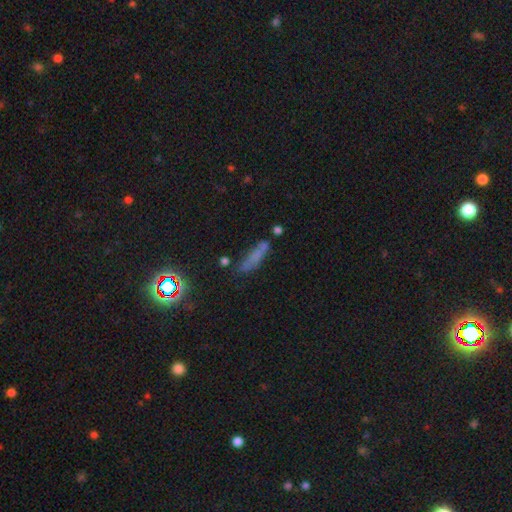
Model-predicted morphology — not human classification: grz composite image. It shows a smooth galaxy with no disk features (57%) that is cigar-shaped (76%). Merging: none (61%).